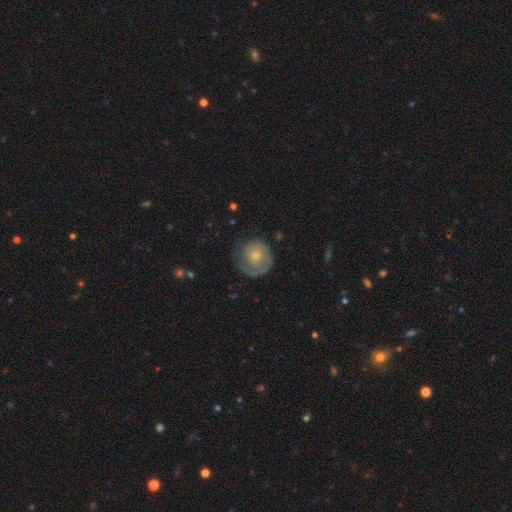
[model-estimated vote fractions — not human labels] This appears to be a featured or disk galaxy (53%) with no bar (81%), spiral arms (64%) and a small central bulge (52%). Merging: none (60%).